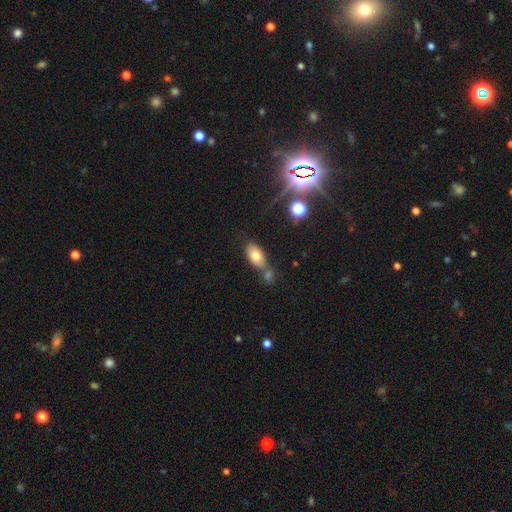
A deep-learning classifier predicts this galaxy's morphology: The model was most divided on "merging": none: 53%, merger: 27%, minor disturbance: 14%, major disturbance: 5%. More confident: how rounded — in between (91%); smooth or featured — smooth (76%).